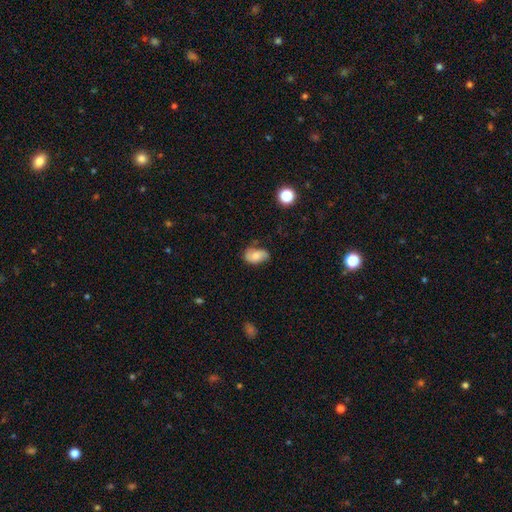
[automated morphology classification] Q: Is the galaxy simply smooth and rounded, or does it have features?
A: smooth — 60%.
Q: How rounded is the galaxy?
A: in between — 88%.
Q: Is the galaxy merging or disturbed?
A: none — 58%.